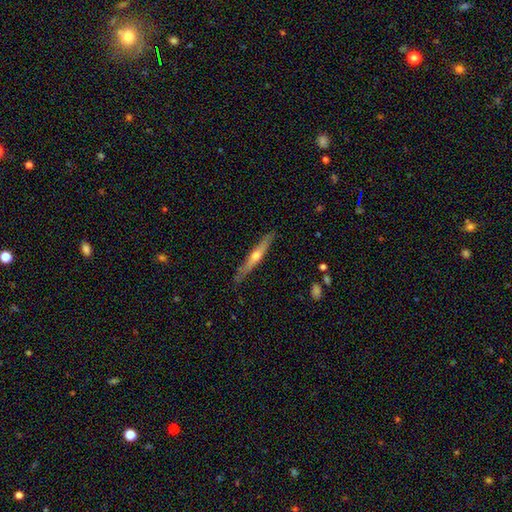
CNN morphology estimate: This is likely a featured or disk galaxy (61%). It is clearly viewed edge-on (95%). Edge-on bulge: clearly rounded (84%). Merging: clearly none (84%).